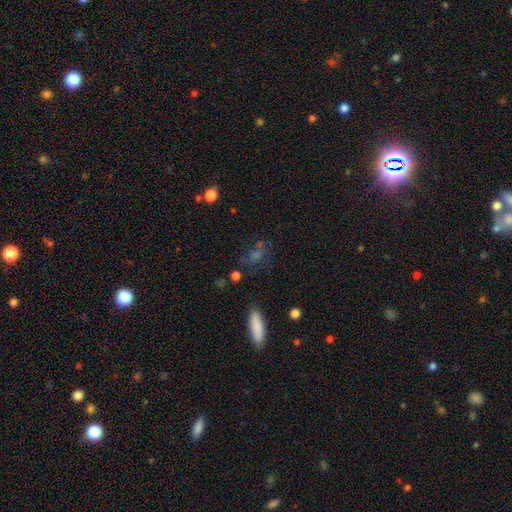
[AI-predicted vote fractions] Smooth or featured? smooth (49%)
Merging? none (68%)